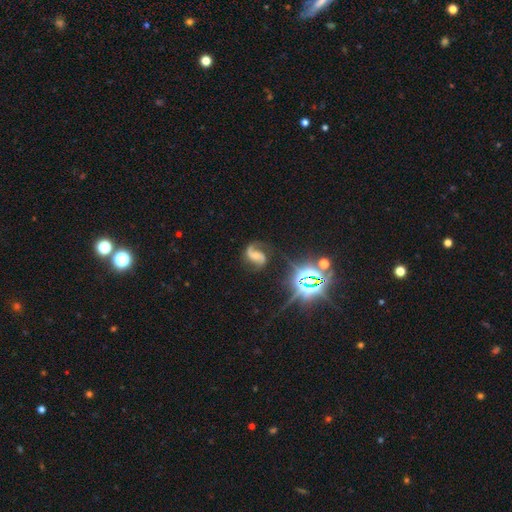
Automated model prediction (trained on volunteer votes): Smooth or featured? featured or disk (78%)
Edge-on disk? no (98%)
Bar? no (46%)
Spiral arms? yes (96%)
Spiral winding? medium (47%)
Spiral arm count? 2 (81%)
Bulge size? small (48%)
Merging? none (63%)